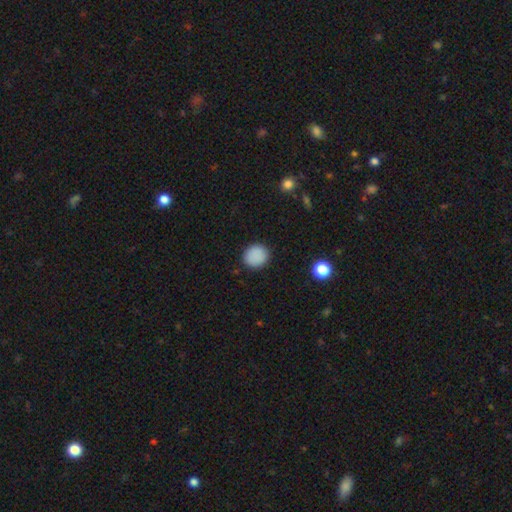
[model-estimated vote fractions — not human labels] This is clearly a smooth galaxy (88%). How rounded: clearly round (88%). Merging: clearly none (90%).